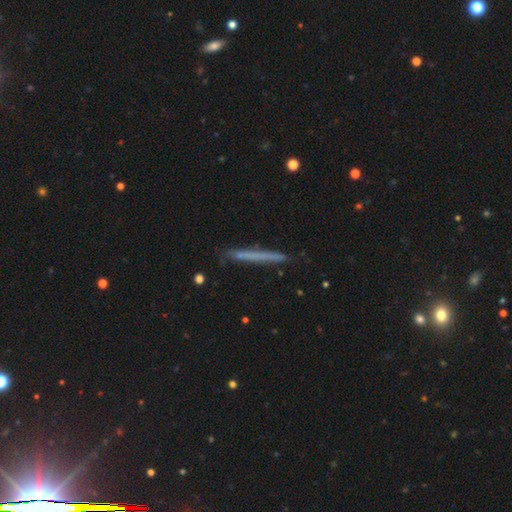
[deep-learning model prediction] smooth 55%, featured or disk 37%, star or artifact 8%. Down the decision tree: how rounded — cigar-shaped (96%); merging — none (88%).